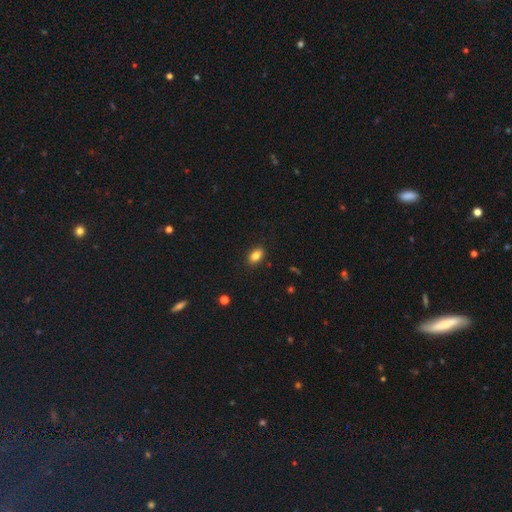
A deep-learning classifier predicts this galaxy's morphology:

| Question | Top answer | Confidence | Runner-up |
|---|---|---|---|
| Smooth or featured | smooth | 83% | star or artifact (9%) |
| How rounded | in between | 85% | round (13%) |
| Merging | none | 89% | minor disturbance (8%) |